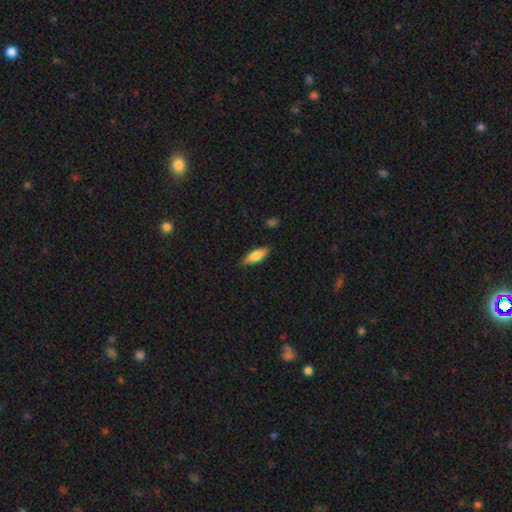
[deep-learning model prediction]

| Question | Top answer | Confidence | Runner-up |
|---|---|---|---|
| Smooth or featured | smooth | 75% | featured or disk (19%) |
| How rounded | in between | 57% | cigar-shaped (40%) |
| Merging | none | 83% | minor disturbance (14%) |